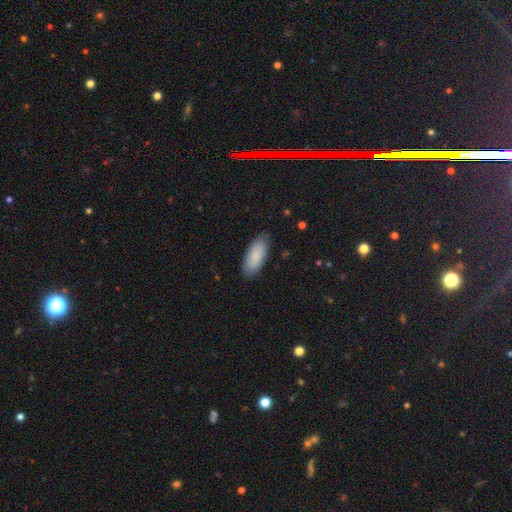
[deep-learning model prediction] smooth 86%, featured or disk 9%, star or artifact 6%. Down the decision tree: how rounded — in between (85%); merging — none (84%).